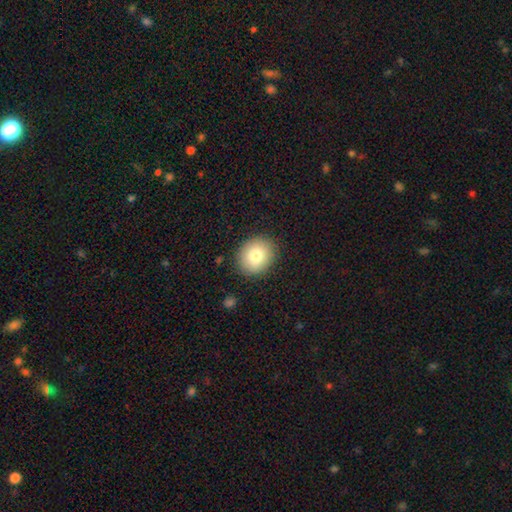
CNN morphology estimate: This is likely a smooth galaxy (80%). How rounded: likely round (71%). Merging: clearly none (88%).